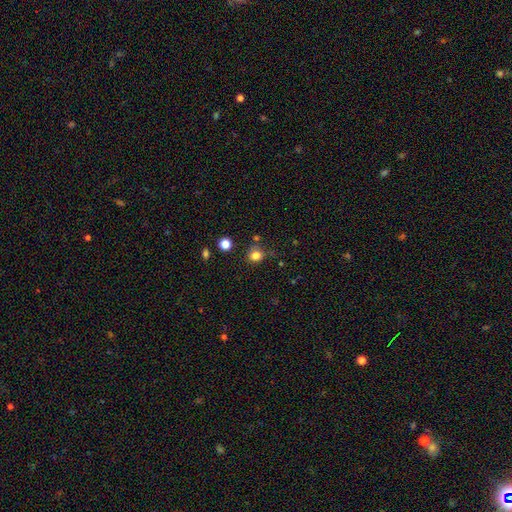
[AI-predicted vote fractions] Smooth or featured? smooth (81%)
How rounded? round (82%)
Merging? none (74%)